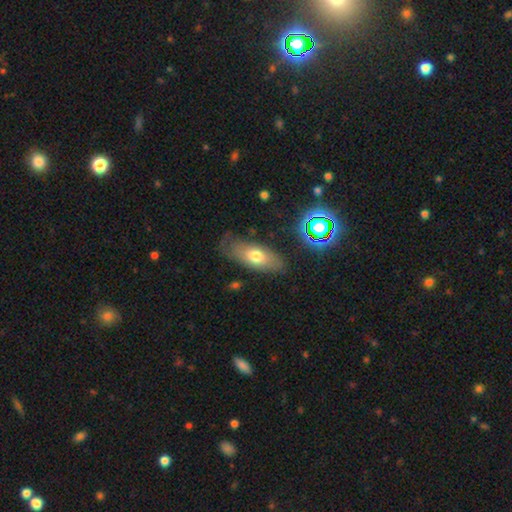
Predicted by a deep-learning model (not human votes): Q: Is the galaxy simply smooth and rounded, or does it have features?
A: smooth — 63%.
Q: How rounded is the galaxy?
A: in between — 81%.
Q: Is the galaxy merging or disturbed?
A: none — 67%.